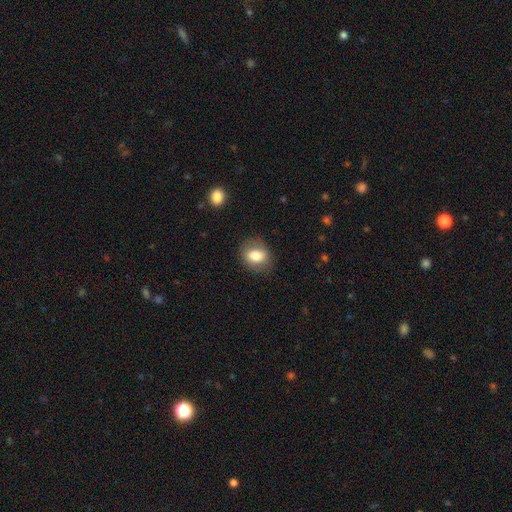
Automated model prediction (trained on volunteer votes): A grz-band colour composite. It shows a smooth galaxy with no disk features (75%) that is in between round and cigar-shaped (58%). Merging: none (79%).